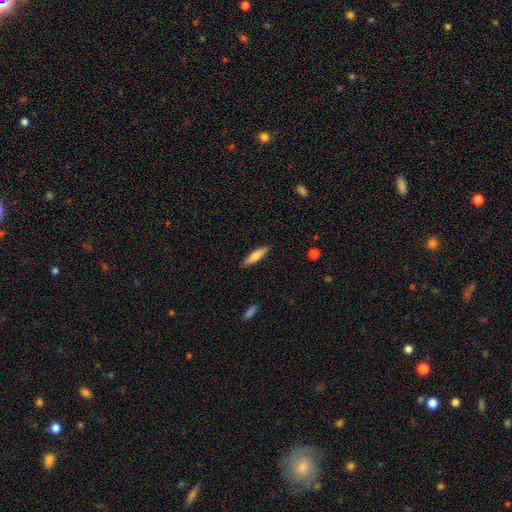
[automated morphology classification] Smooth or featured? Predicted: smooth (p=0.76). How rounded? Predicted: cigar-shaped (p=0.73). Merging? Predicted: none (p=0.88).